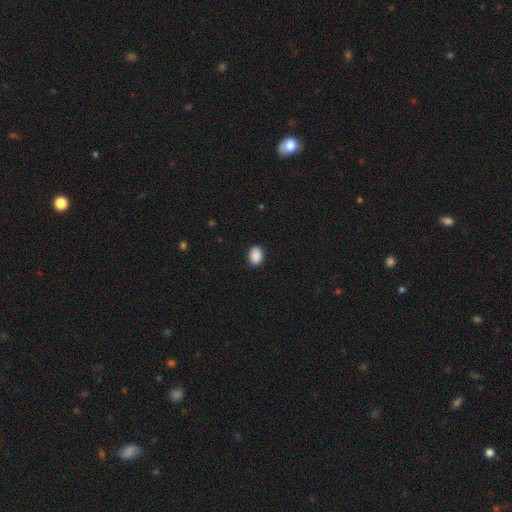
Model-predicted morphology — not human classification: smooth_or_featured: smooth (p=0.90) [alt: star or artifact p=0.08]
how_rounded: in between (p=0.76) [alt: round p=0.23]
merging: none (p=0.88) [alt: minor disturbance p=0.09]